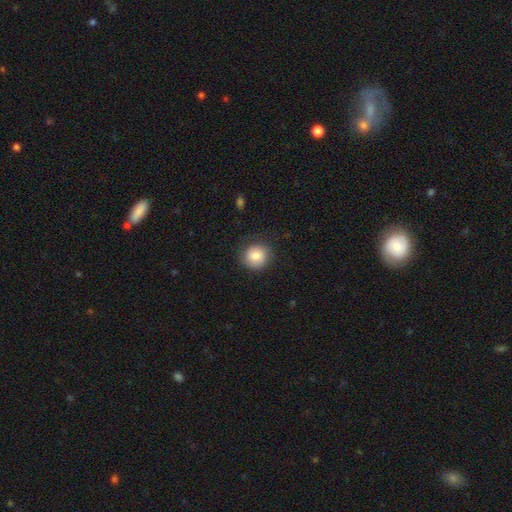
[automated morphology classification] Smooth or featured? Predicted: smooth (p=0.81). How rounded? Predicted: round (p=0.88). Merging? Predicted: none (p=0.79).